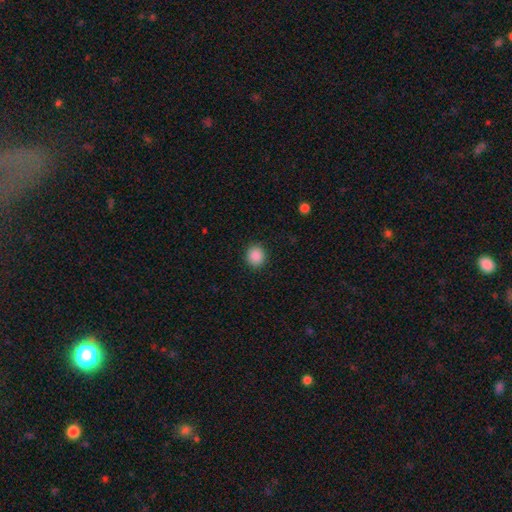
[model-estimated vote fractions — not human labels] Morphology: type=smooth (89%); roundness=round (83%); merging=none (91%).